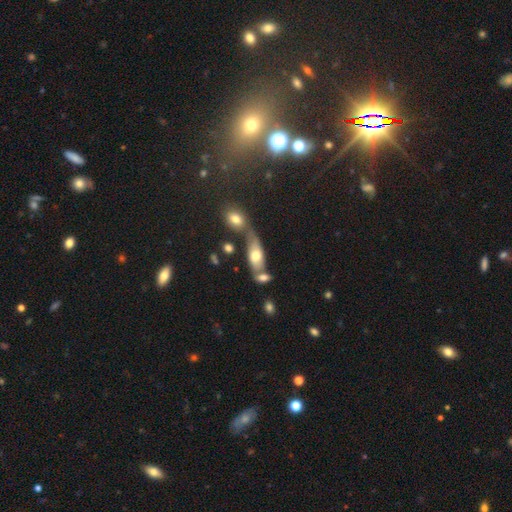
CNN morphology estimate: A smooth galaxy with no disk features (60%) that is in between round and cigar-shaped (80%). Merging: merger (44%).